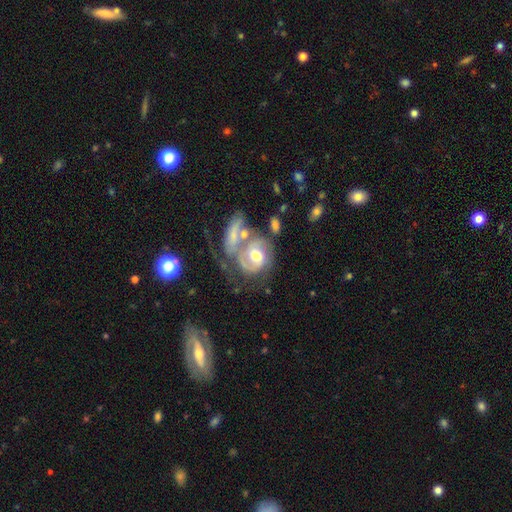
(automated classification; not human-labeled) Smooth or featured? featured or disk (73%)
Edge-on disk? no (97%)
Bar? no (60%)
Spiral arms? yes (83%)
Spiral winding? tight (47%)
Spiral arm count? 2 (47%)
Bulge size? moderate (69%)
Merging? merger (47%)